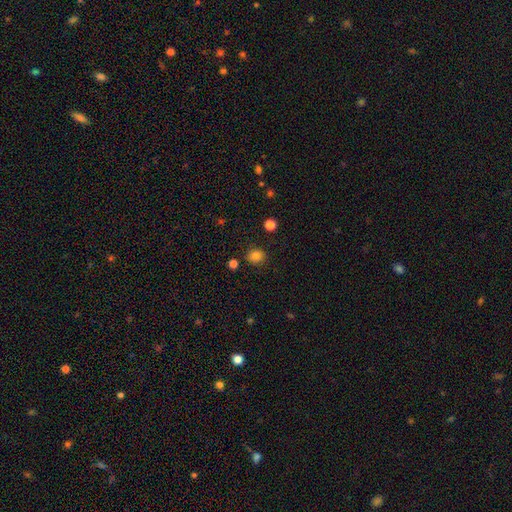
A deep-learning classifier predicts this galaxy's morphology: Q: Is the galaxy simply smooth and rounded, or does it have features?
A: smooth — 83%.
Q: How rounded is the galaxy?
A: round — 70%.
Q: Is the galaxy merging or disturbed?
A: none — 84%.